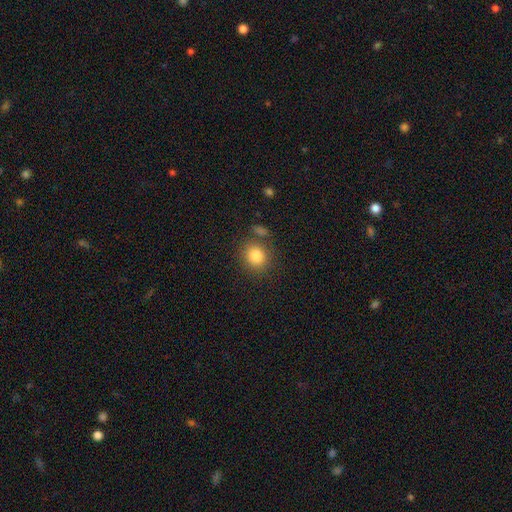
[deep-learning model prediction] Smooth or featured?
  - smooth: 83% *
  - star or artifact: 10%
  - featured or disk: 7%
How rounded?
  - round: 81% *
  - in between: 18%
  - cigar-shaped: 1%
Merging?
  - none: 75% *
  - minor disturbance: 11%
  - merger: 9%
  - major disturbance: 4%